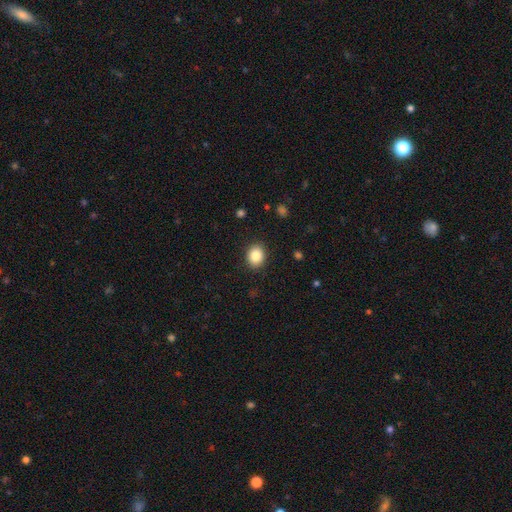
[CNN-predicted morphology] Overall: smooth (85%). How rounded: round (57%; in between 42%). Merging: none (90%).